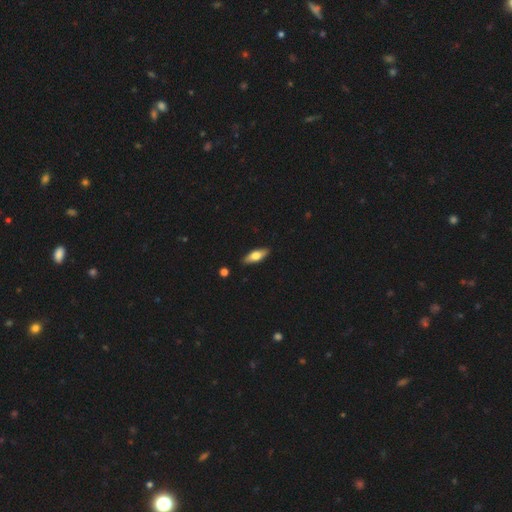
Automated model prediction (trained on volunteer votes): smooth_or_featured: smooth (p=0.63) [alt: featured or disk p=0.31]
how_rounded: in between (p=0.63) [alt: cigar-shaped p=0.34]
merging: none (p=0.88) [alt: minor disturbance p=0.09]